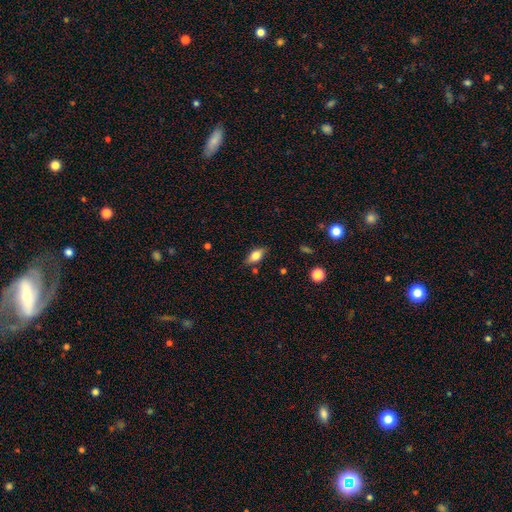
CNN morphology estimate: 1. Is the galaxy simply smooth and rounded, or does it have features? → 69% smooth, 22% featured or disk, 8% star or artifact.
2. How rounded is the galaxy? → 83% in between, 10% cigar-shaped, 6% round.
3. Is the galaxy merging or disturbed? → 79% none, 16% minor disturbance, 3% major disturbance, 2% merger.